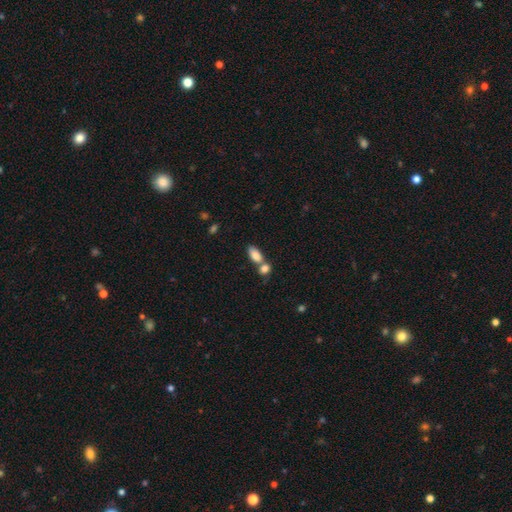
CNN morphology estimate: Smooth or featured? Predicted: smooth (p=0.84). How rounded? Predicted: in between (p=0.88). Merging? Predicted: merger (p=0.49).